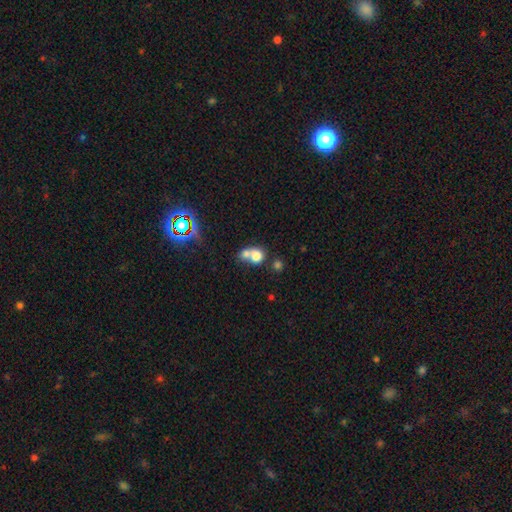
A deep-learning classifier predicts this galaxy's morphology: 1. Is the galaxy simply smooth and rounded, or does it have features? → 73% smooth, 15% featured or disk, 12% star or artifact.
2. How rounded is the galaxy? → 68% round, 31% in between, 1% cigar-shaped.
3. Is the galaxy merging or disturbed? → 63% merger, 26% none, 6% minor disturbance, 4% major disturbance.